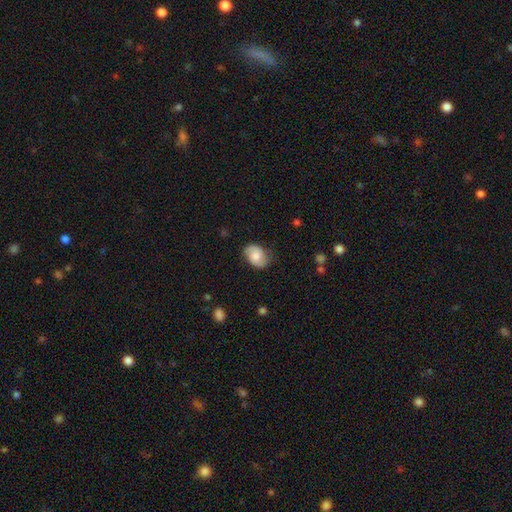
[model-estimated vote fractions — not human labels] This appears to be a smooth galaxy with no disk features (47%). Merging: none (74%).